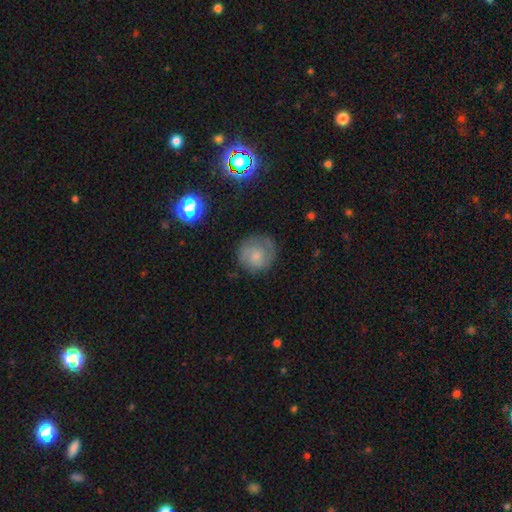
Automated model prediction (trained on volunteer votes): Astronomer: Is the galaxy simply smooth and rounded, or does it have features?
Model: smooth — 57% (runner-up: featured or disk, 34%).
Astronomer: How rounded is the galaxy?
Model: round — 89%.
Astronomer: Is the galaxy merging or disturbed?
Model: none — 70%.